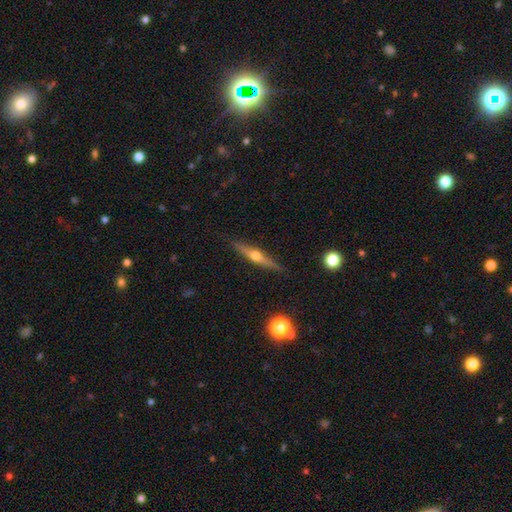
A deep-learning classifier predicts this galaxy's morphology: Smooth or featured? Predicted: featured or disk (p=0.65). Edge-on disk? Predicted: yes (p=0.96). Edge-on bulge? Predicted: rounded (p=0.93). Merging? Predicted: none (p=0.87).